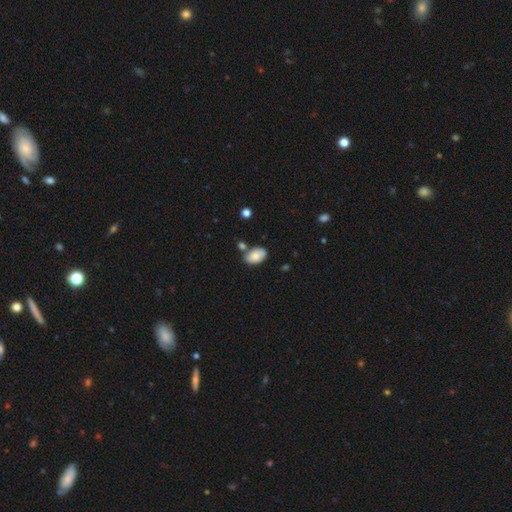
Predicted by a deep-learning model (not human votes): Morphology: type=smooth (82%); roundness=in between (90%); merging=none (62%).